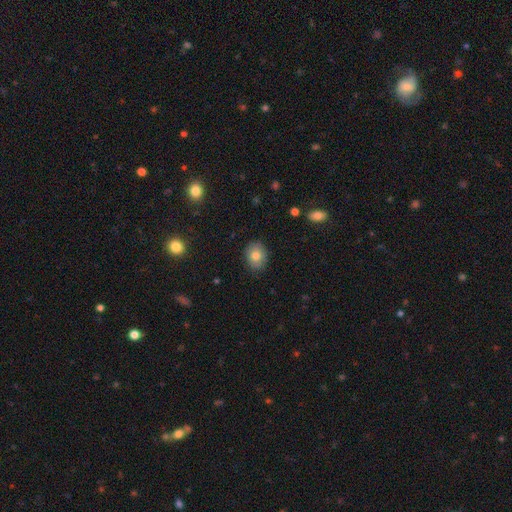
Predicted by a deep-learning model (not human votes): Smooth or featured? Predicted: smooth (p=0.79). How rounded? Predicted: in between (p=0.51). Merging? Predicted: none (p=0.87).